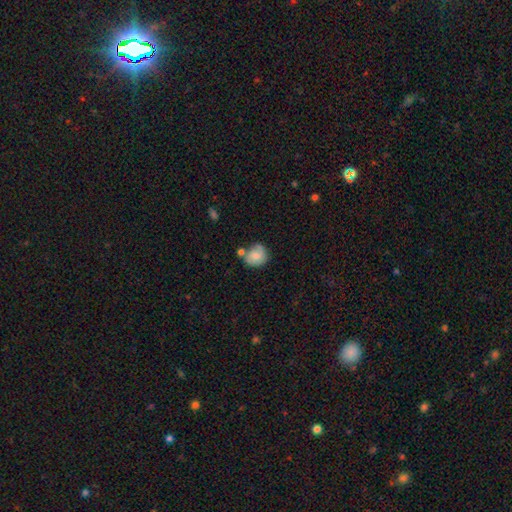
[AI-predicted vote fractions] Smooth or featured?
  - smooth: 68% *
  - featured or disk: 24%
  - star or artifact: 8%
How rounded?
  - round: 75% *
  - in between: 24%
  - cigar-shaped: 1%
Merging?
  - none: 55% *
  - minor disturbance: 23%
  - merger: 16%
  - major disturbance: 6%